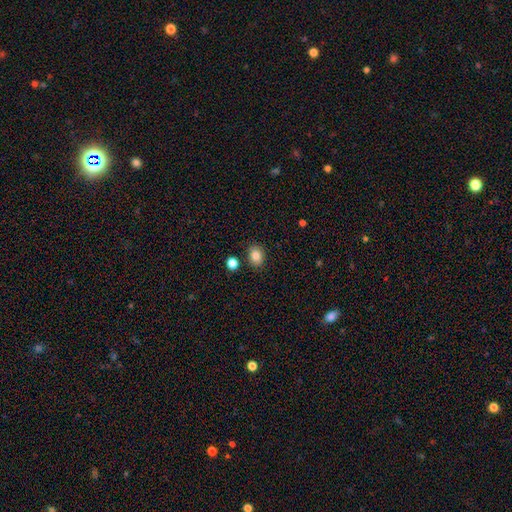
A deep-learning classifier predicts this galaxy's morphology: Smooth or featured? smooth (84%)
How rounded? in between (58%)
Merging? none (84%)